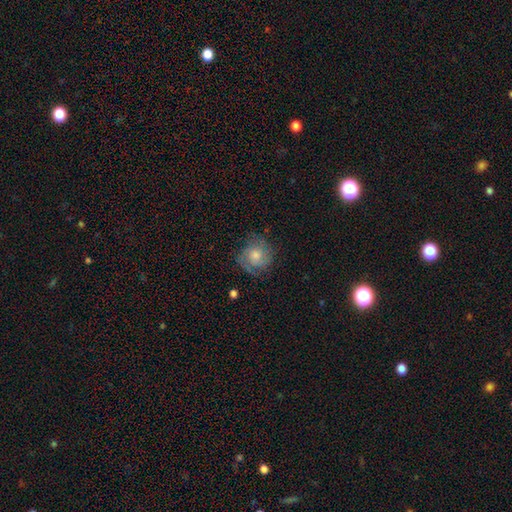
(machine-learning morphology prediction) Overall: smooth (57%; featured or disk 35%). How rounded: round (86%). Merging: none (69%).